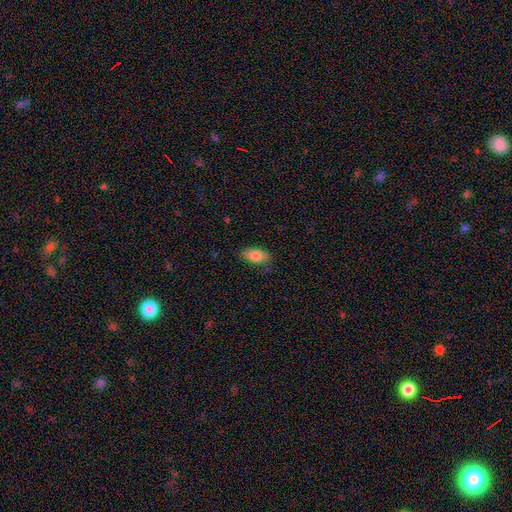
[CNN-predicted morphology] Smooth or featured?
  - smooth: 82% *
  - featured or disk: 12%
  - star or artifact: 7%
How rounded?
  - in between: 90% *
  - cigar-shaped: 6%
  - round: 4%
Merging?
  - none: 81% *
  - minor disturbance: 15%
  - major disturbance: 3%
  - merger: 1%